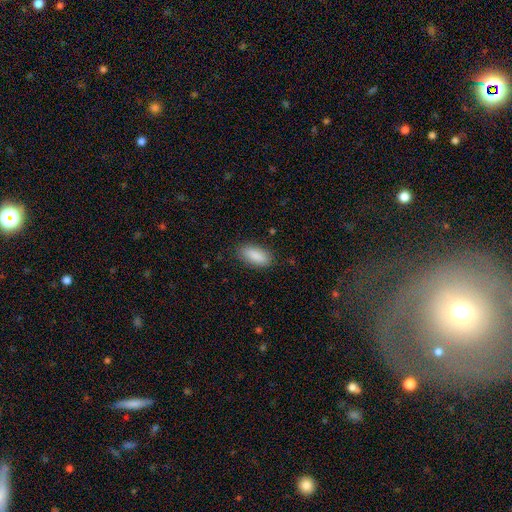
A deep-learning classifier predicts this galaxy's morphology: smooth 89%, star or artifact 6%, featured or disk 5%. Down the decision tree: how rounded — in between (86%); merging — none (85%).